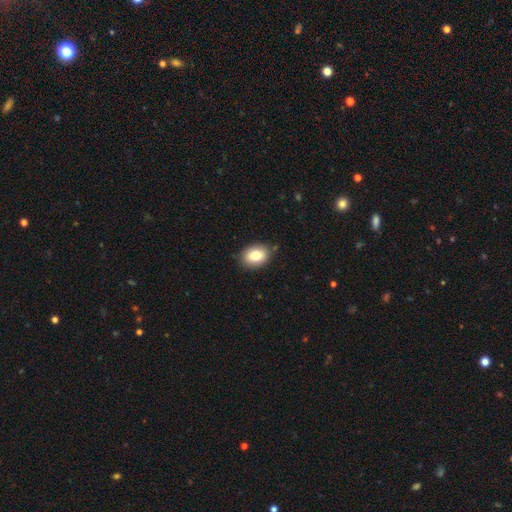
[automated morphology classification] Q: Smooth or featured?
A: smooth (80%); runner-up: featured or disk (12%)
Q: How rounded?
A: in between (71%); runner-up: round (28%)
Q: Merging?
A: none (83%); runner-up: minor disturbance (13%)